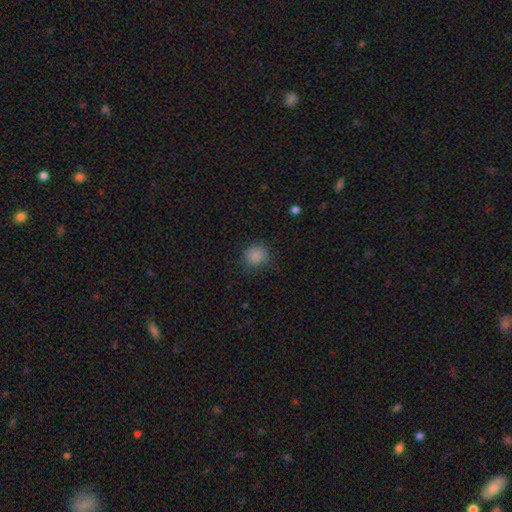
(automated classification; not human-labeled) This is clearly a smooth galaxy (85%). How rounded: clearly round (83%). Merging: clearly none (80%).